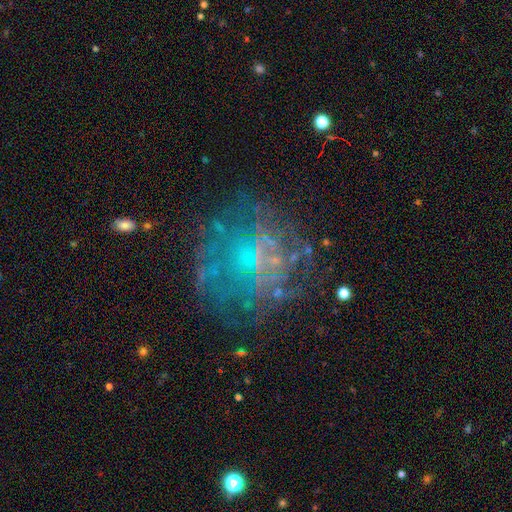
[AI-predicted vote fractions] smooth-or-featured: featured or disk: 52% | star or artifact: 26% | smooth: 22%
  disk-edge-on: no: 97% | yes: 3%
    bar: no: 87% | weak: 10% | strong: 3%
    has-spiral-arms: no: 78% | yes: 22%
    bulge-size: none: 71% | small: 18% | moderate: 8% | large: 2% | dominant: 1%
  merging: none: 66% | major disturbance: 17% | minor disturbance: 14% | merger: 3%